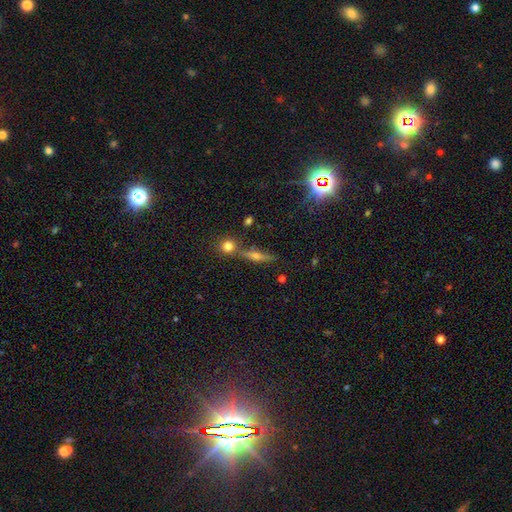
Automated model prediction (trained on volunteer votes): Q: Smooth or featured?
A: featured or disk (59%); runner-up: smooth (25%)
Q: Edge-on disk?
A: yes (93%); runner-up: no (7%)
Q: Edge-on bulge?
A: rounded (90%); runner-up: none (5%)
Q: Merging?
A: none (73%); runner-up: merger (13%)